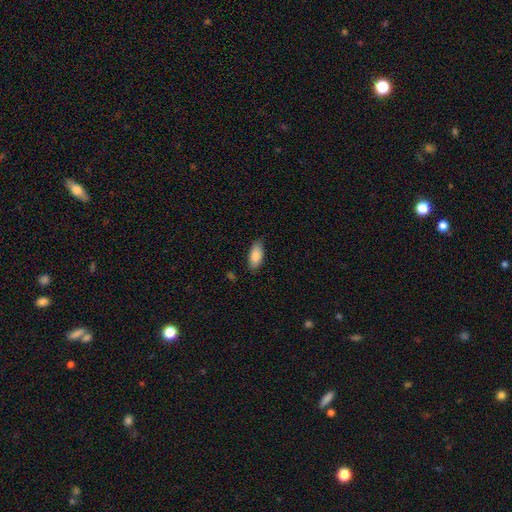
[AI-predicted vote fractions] smooth_or_featured: smooth (p=0.85) [alt: featured or disk p=0.08]
how_rounded: in between (p=0.88) [alt: cigar-shaped p=0.10]
merging: none (p=0.84) [alt: minor disturbance p=0.13]